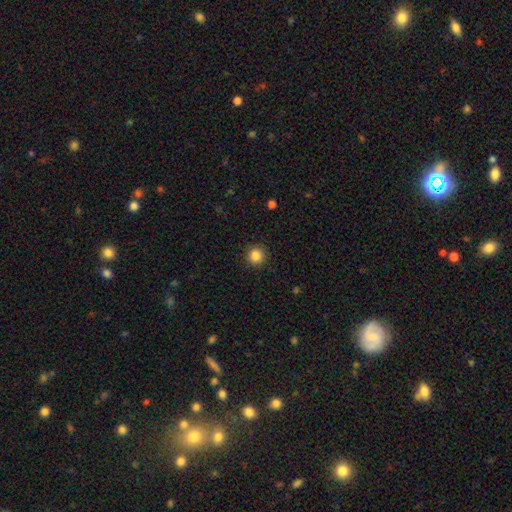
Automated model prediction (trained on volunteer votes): smooth_or_featured: smooth (p=0.85) [alt: star or artifact p=0.11]
how_rounded: round (p=0.95) [alt: in between p=0.04]
merging: none (p=0.92) [alt: minor disturbance p=0.05]